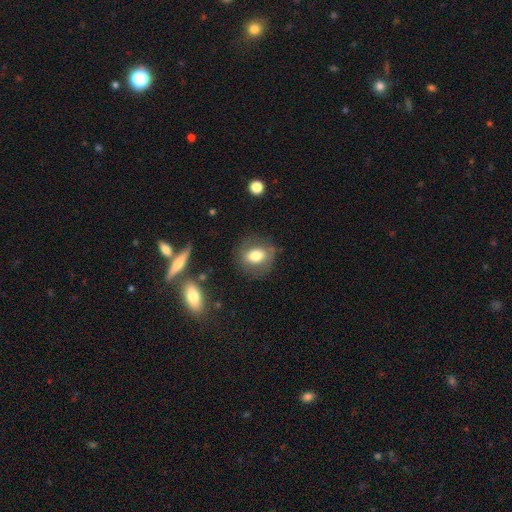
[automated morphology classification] Smooth or featured?
  - smooth: 70% *
  - featured or disk: 22%
  - star or artifact: 9%
How rounded?
  - in between: 50% *
  - round: 48%
  - cigar-shaped: 2%
Merging?
  - none: 76% *
  - minor disturbance: 15%
  - major disturbance: 7%
  - merger: 2%